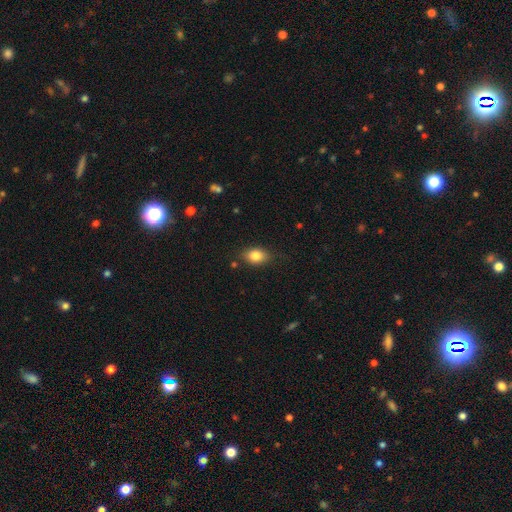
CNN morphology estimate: This is clearly a smooth galaxy (84%). How rounded: likely in between (78%). Merging: likely none (80%).